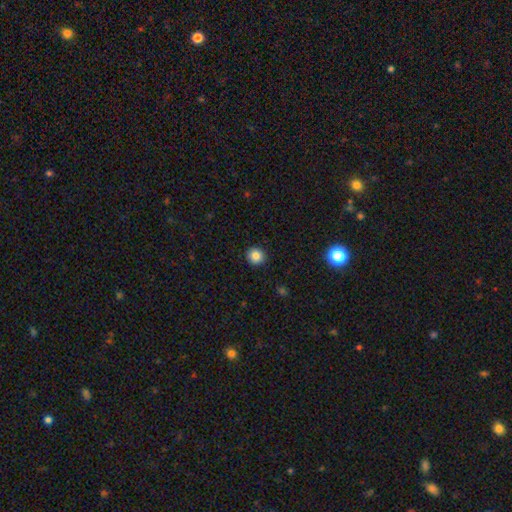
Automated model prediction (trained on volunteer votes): Q: Smooth or featured?
A: smooth (84%); runner-up: star or artifact (11%)
Q: How rounded?
A: round (90%); runner-up: in between (9%)
Q: Merging?
A: none (92%); runner-up: minor disturbance (5%)